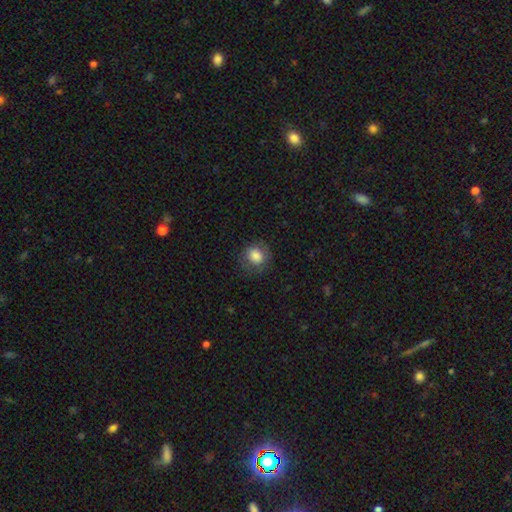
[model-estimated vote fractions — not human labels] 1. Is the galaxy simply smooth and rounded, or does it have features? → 80% smooth, 11% featured or disk, 9% star or artifact.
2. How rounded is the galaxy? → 77% round, 22% in between, 1% cigar-shaped.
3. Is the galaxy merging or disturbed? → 77% none, 15% minor disturbance, 7% major disturbance, 1% merger.